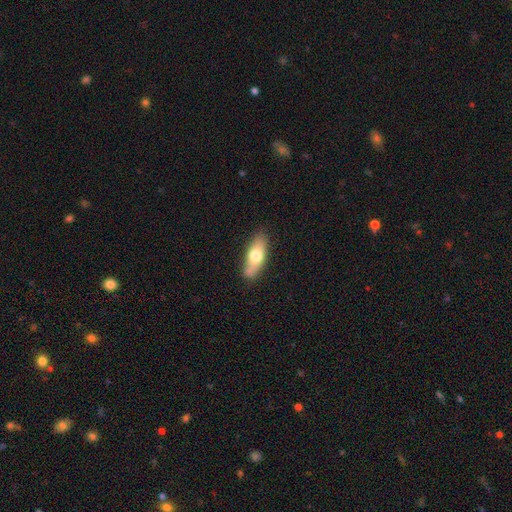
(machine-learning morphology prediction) This appears to be a smooth galaxy with no disk features (67%) that is in between round and cigar-shaped (66%). Merging: none (70%).